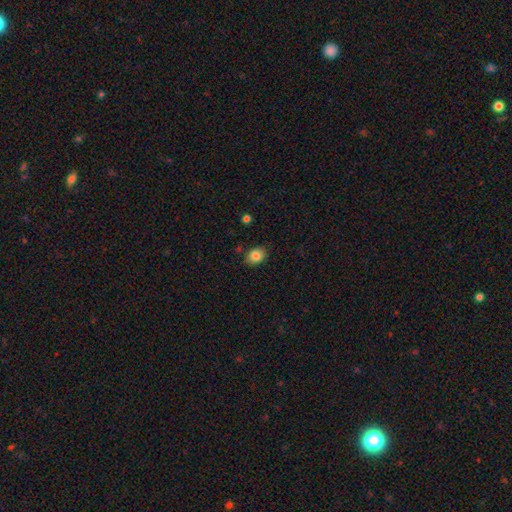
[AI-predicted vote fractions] smooth 84%, star or artifact 9%, featured or disk 7%. Down the decision tree: how rounded — in between (65%); merging — none (84%).